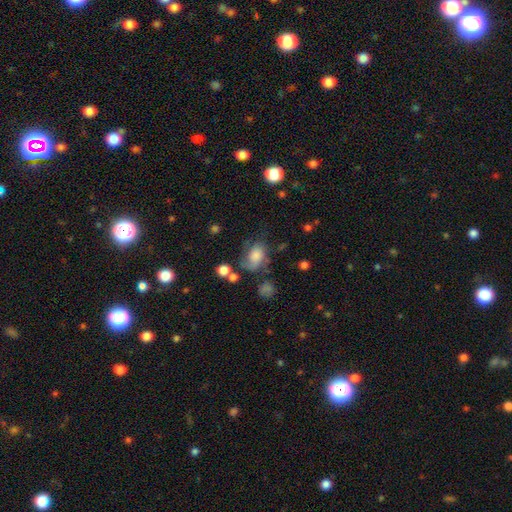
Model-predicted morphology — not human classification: The model was most divided on "smooth or featured": smooth: 52%, featured or disk: 36%, star or artifact: 13%. Remaining: how rounded — in between (69%); merging — none (44%).